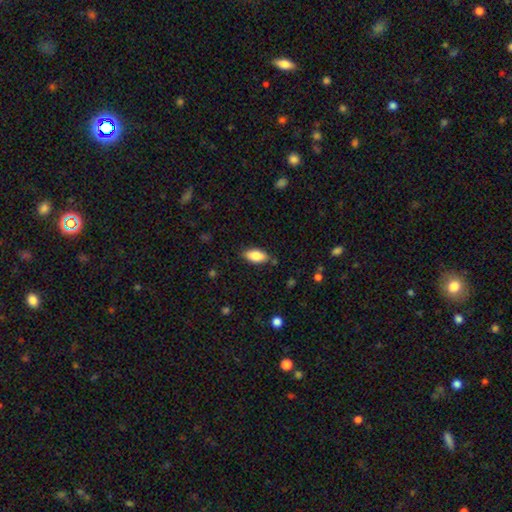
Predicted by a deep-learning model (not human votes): smooth_or_featured: smooth (p=0.84) [alt: featured or disk p=0.09]
how_rounded: in between (p=0.90) [alt: cigar-shaped p=0.08]
merging: none (p=0.81) [alt: minor disturbance p=0.14]